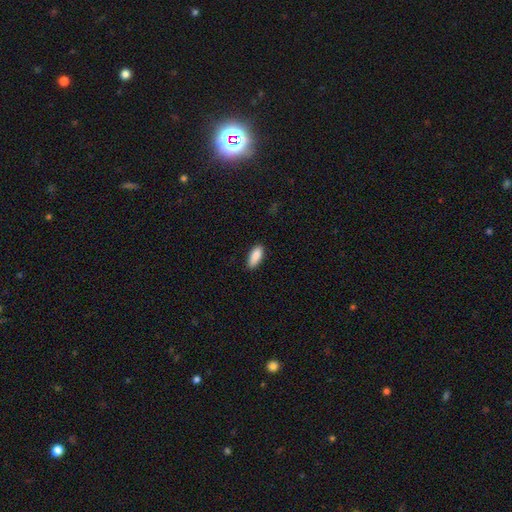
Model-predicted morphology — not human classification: Smooth or featured: smooth — 88% (star or artifact — 6%)
How rounded: in between — 79% (cigar-shaped — 19%)
Merging: none — 87% (minor disturbance — 10%)